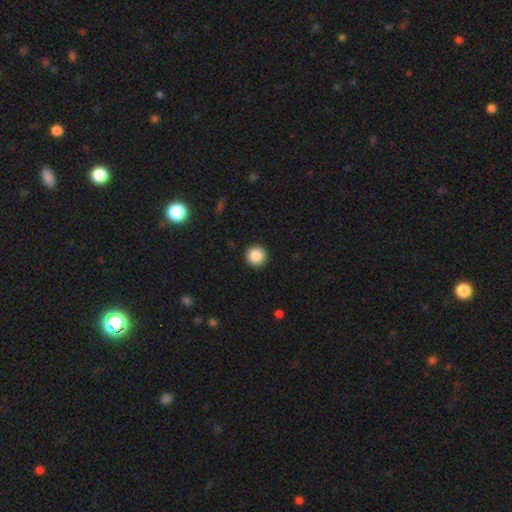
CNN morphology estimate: Smooth or featured: smooth — 87% (star or artifact — 9%)
How rounded: round — 96% (in between — 3%)
Merging: none — 93% (minor disturbance — 4%)